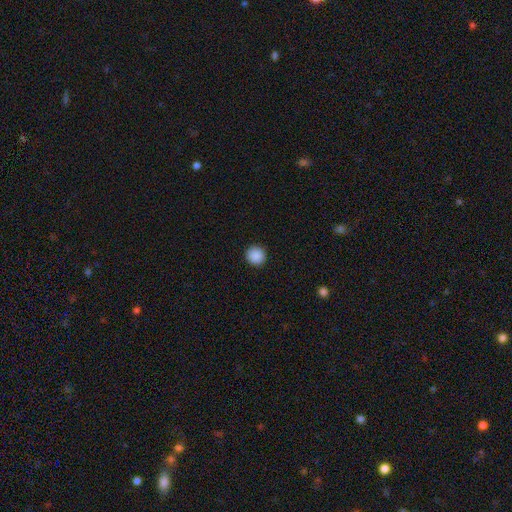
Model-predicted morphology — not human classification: type=smooth (90%); roundness=round (95%); merging=none (93%).